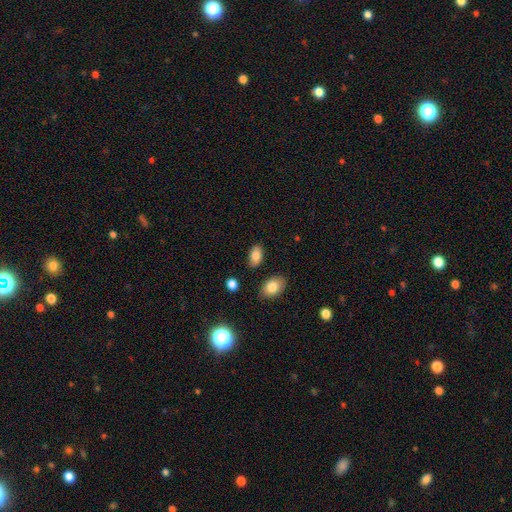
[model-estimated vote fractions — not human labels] smooth_or_featured: smooth (p=0.82) [alt: featured or disk p=0.10]
how_rounded: in between (p=0.93) [alt: round p=0.05]
merging: none (p=0.84) [alt: minor disturbance p=0.10]